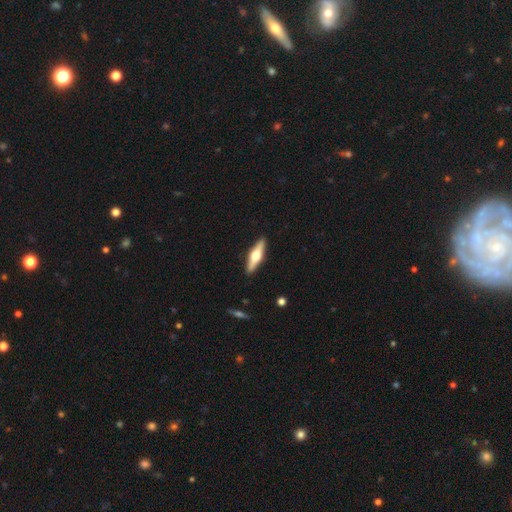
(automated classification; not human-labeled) Smooth or featured? Predicted: featured or disk (p=0.65). Edge-on disk? Predicted: yes (p=0.96). Edge-on bulge? Predicted: rounded (p=0.95). Merging? Predicted: none (p=0.91).